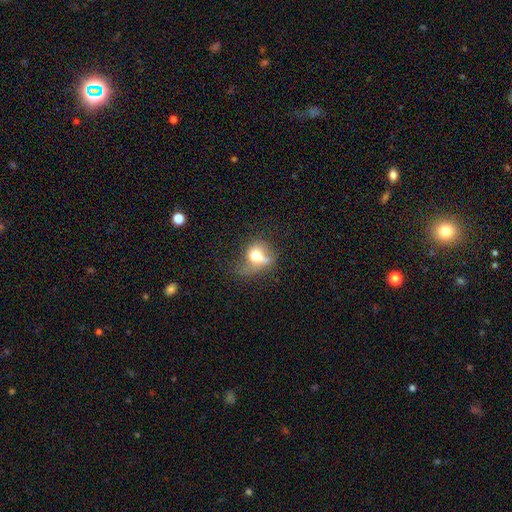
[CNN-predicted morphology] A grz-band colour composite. It shows a smooth galaxy with no disk features (60%) that is round (50%). Merging: major disturbance (33%).